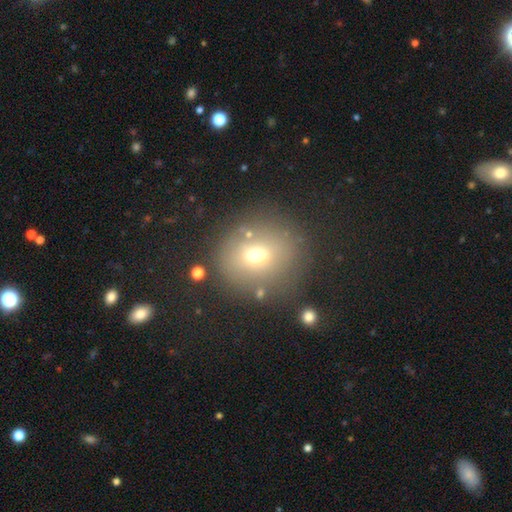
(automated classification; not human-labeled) smooth 65%, star or artifact 19%, featured or disk 16%. Down the decision tree: how rounded — round (78%); merging — none (76%).